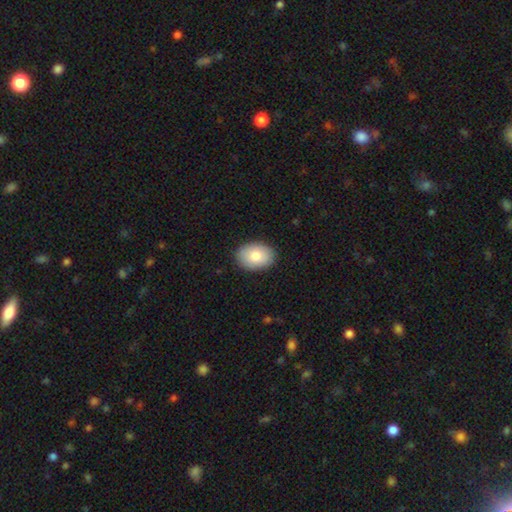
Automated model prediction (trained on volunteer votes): A smooth galaxy with no disk features (82%) that is in between round and cigar-shaped (80%). Merging: none (89%).